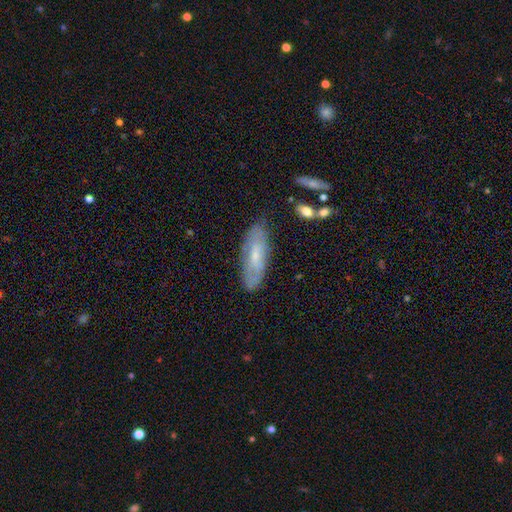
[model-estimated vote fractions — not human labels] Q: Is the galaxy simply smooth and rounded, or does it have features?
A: featured or disk — 48%.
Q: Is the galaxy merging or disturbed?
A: none — 75%.